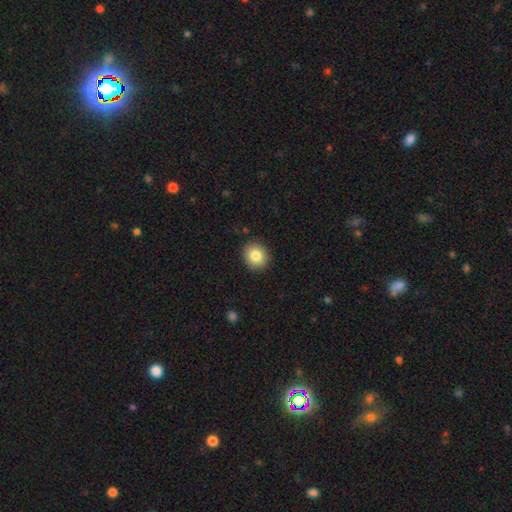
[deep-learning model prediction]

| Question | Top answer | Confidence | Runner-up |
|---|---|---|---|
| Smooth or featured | smooth | 83% | star or artifact (9%) |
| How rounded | round | 78% | in between (21%) |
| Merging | none | 90% | minor disturbance (7%) |